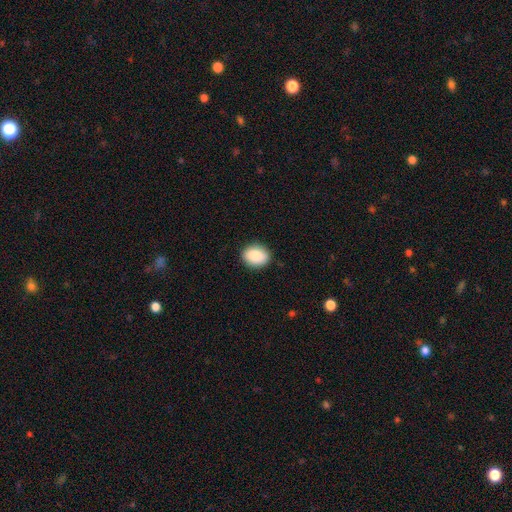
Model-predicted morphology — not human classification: Smooth or featured?
  - smooth: 88% *
  - star or artifact: 7%
  - featured or disk: 5%
How rounded?
  - in between: 60% *
  - round: 39%
  - cigar-shaped: 1%
Merging?
  - none: 89% *
  - minor disturbance: 8%
  - major disturbance: 2%
  - merger: 1%